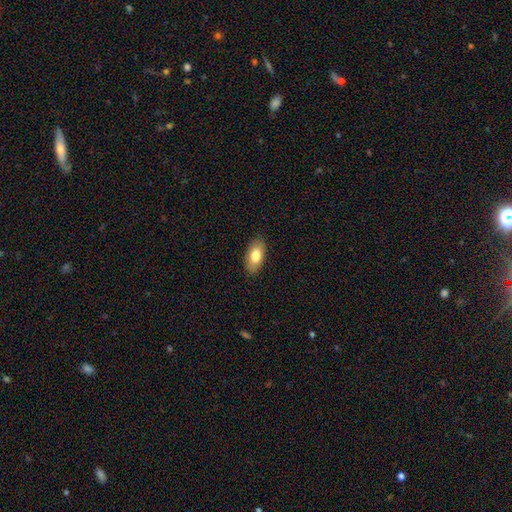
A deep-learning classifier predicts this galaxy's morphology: This appears to be a smooth galaxy with no disk features (78%) that is in between round and cigar-shaped (92%). Merging: none (89%).